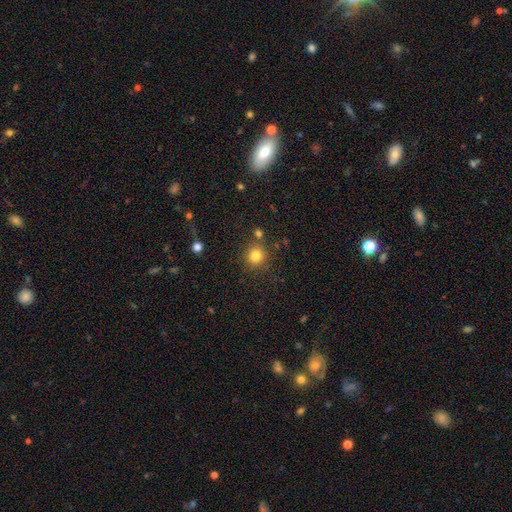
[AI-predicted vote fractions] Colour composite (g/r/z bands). It shows a smooth galaxy with no disk features (81%) that is round (92%). Merging: none (81%).